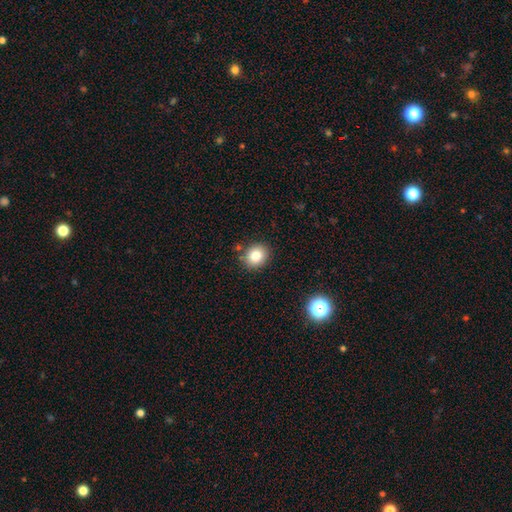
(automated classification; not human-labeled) Overall: smooth (81%). How rounded: round (70%). Merging: none (85%).